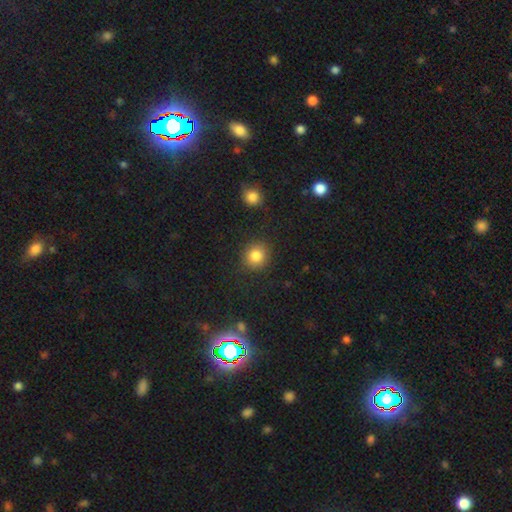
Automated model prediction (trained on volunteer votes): This is clearly a smooth galaxy (84%). How rounded: clearly round (87%). Merging: clearly none (87%).